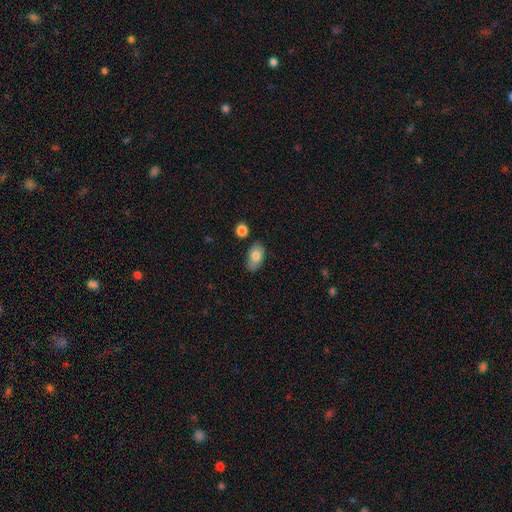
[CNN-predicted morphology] smooth_or_featured: smooth (p=0.78) [alt: featured or disk p=0.15]
how_rounded: in between (p=0.91) [alt: round p=0.07]
merging: none (p=0.74) [alt: minor disturbance p=0.18]